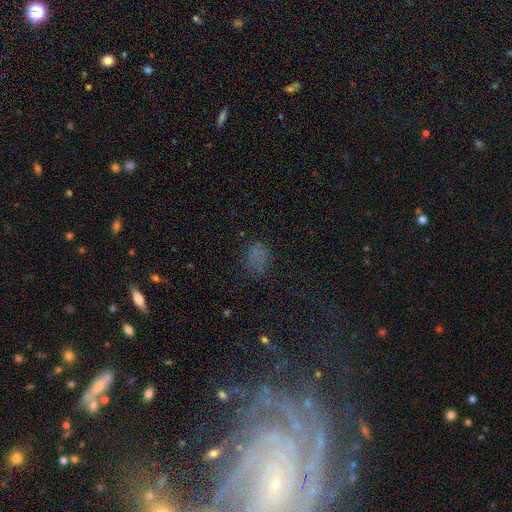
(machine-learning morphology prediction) Smooth or featured?
  - smooth: 56% *
  - star or artifact: 32%
  - featured or disk: 12%
How rounded?
  - in between: 71% *
  - round: 26%
  - cigar-shaped: 3%
Merging?
  - none: 70% *
  - minor disturbance: 18%
  - major disturbance: 10%
  - merger: 3%